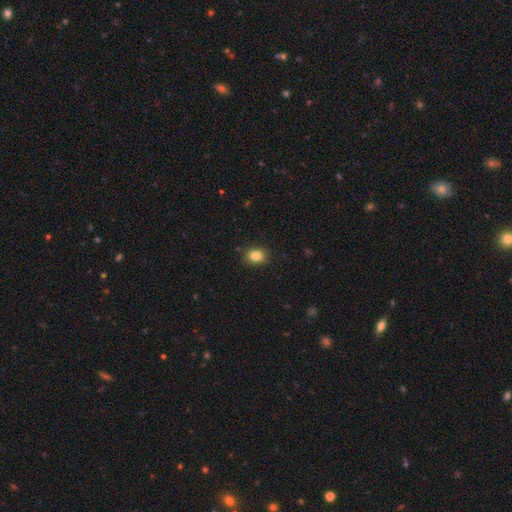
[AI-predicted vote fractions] A smooth galaxy with no disk features (85%) that is in between round and cigar-shaped (54%). Merging: none (88%).